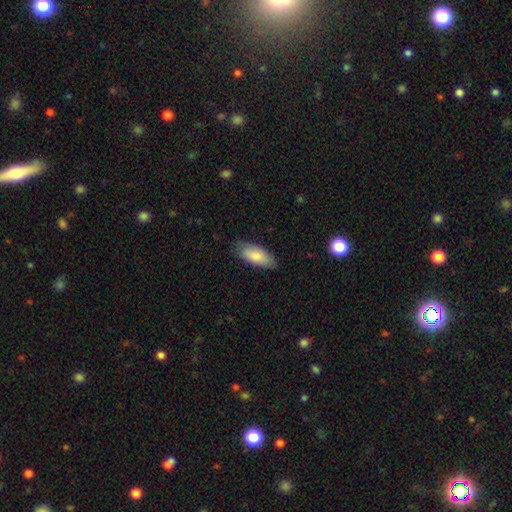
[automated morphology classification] Q: Smooth or featured?
A: smooth (84%); runner-up: featured or disk (10%)
Q: How rounded?
A: in between (83%); runner-up: cigar-shaped (15%)
Q: Merging?
A: none (77%); runner-up: minor disturbance (19%)